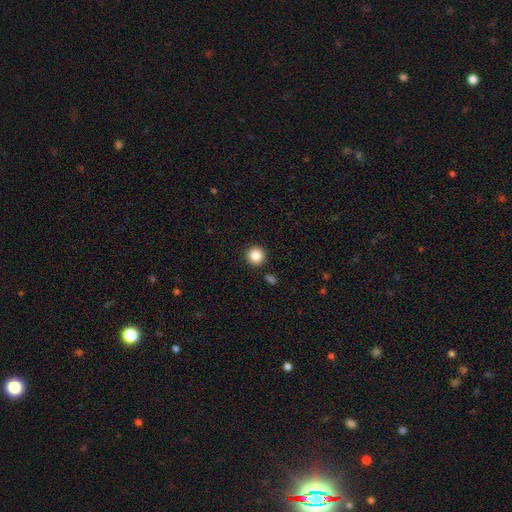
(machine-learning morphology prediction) Smooth or featured? Predicted: smooth (p=0.87). How rounded? Predicted: round (p=0.94). Merging? Predicted: none (p=0.90).